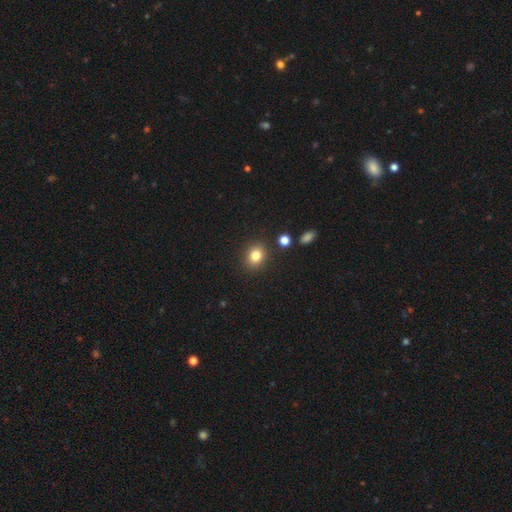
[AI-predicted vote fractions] Overall: smooth (81%). How rounded: round (65%; in between 34%). Merging: none (87%).